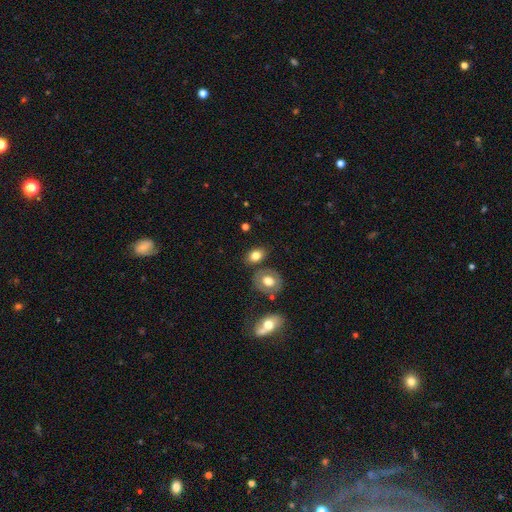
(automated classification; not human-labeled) A smooth galaxy with no disk features (76%) that is in between round and cigar-shaped (74%). Merging: none (71%).